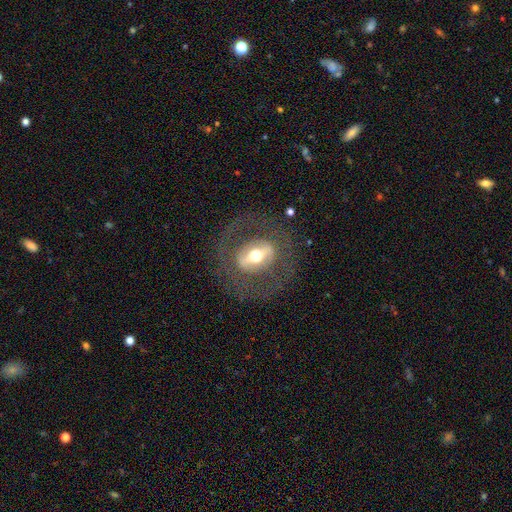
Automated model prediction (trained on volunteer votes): The model was most divided on "bar": strong: 55%, weak: 25%, no: 20%. More confident: edge-on disk — no (87%); merging — none (74%); spiral arms — no (71%); smooth or featured — featured or disk (68%); bulge size — moderate (66%).